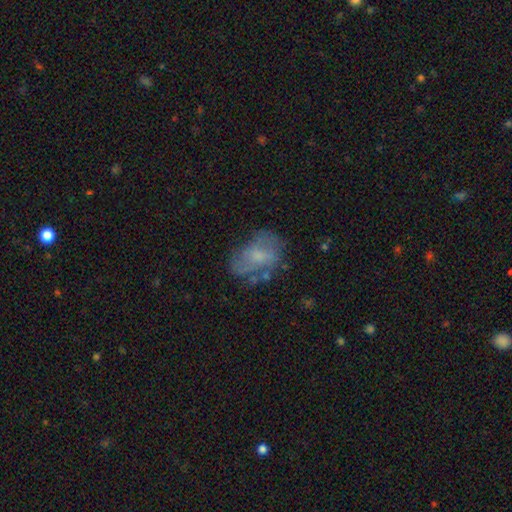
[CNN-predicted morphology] This is possibly a smooth galaxy (45%, tied with featured or disk). Merging: possibly none (53%).